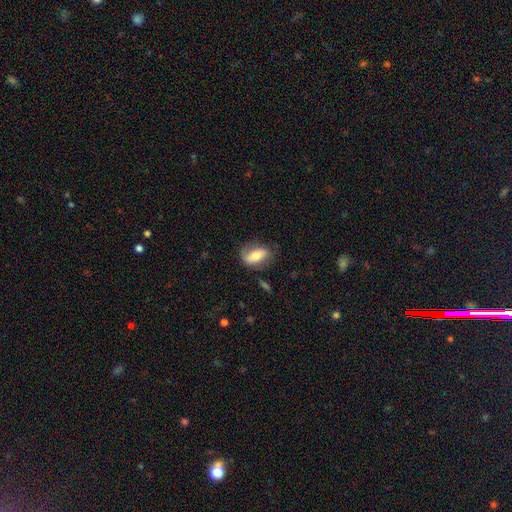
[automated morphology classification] This is possibly a smooth galaxy (56%). How rounded: clearly in between (87%). Merging: likely none (64%).